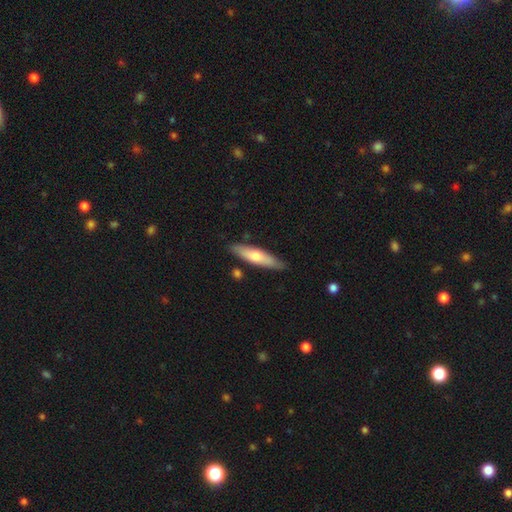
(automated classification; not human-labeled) This is possibly a smooth galaxy (58%). How rounded: likely cigar-shaped (74%). Merging: clearly none (83%).